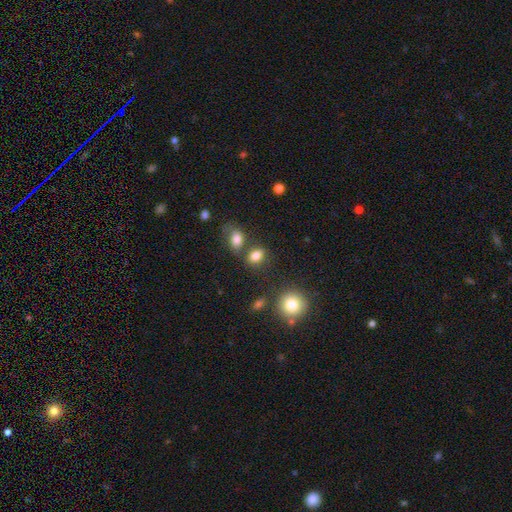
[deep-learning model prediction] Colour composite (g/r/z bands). It shows a smooth galaxy with no disk features (82%) that is in between round and cigar-shaped (71%). Merging: none (64%).